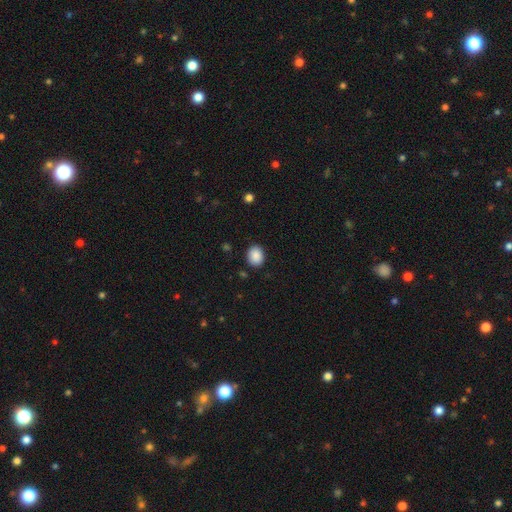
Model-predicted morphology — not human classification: smooth_or_featured: smooth (p=0.89) [alt: star or artifact p=0.08]
how_rounded: in between (p=0.50) [alt: round p=0.49]
merging: none (p=0.88) [alt: minor disturbance p=0.09]